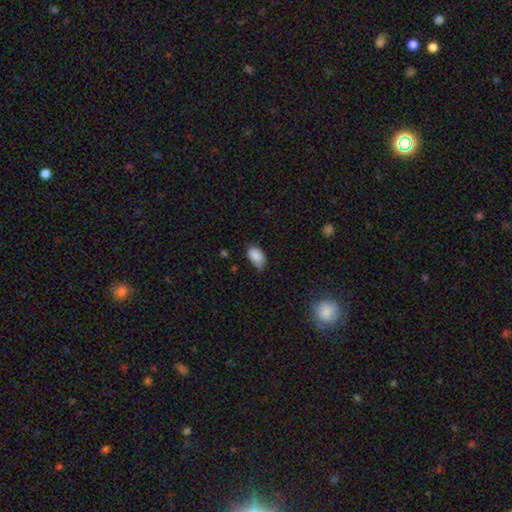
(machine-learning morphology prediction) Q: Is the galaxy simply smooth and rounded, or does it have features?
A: smooth — 87%.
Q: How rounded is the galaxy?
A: in between — 93%.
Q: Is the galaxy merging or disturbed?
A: none — 56%.